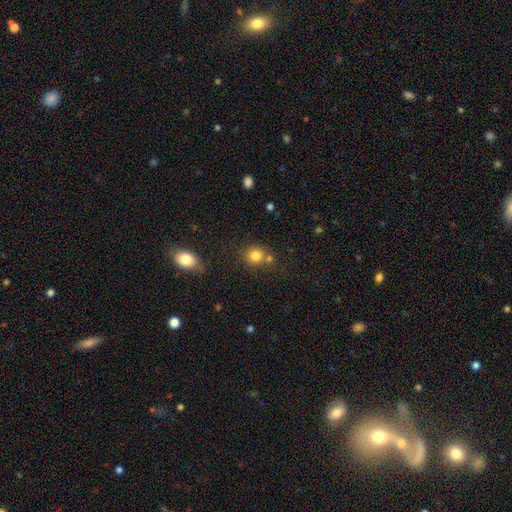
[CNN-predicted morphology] Smooth or featured? Predicted: smooth (p=0.81). How rounded? Predicted: round (p=0.84). Merging? Predicted: none (p=0.65).